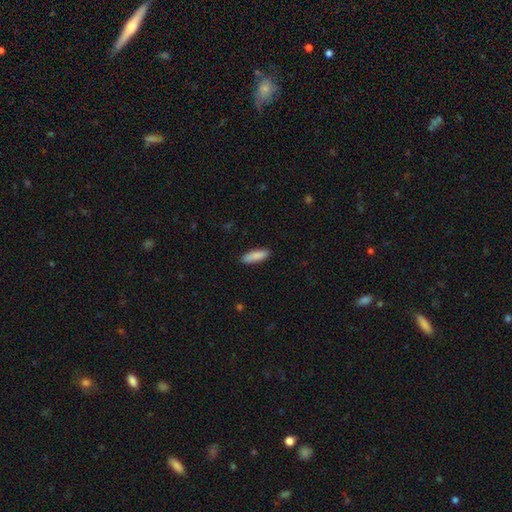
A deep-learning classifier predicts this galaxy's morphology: Q: Smooth or featured?
A: smooth (88%); runner-up: star or artifact (6%)
Q: How rounded?
A: in between (49%); tied with: cigar-shaped (49%)
Q: Merging?
A: none (88%); runner-up: minor disturbance (9%)